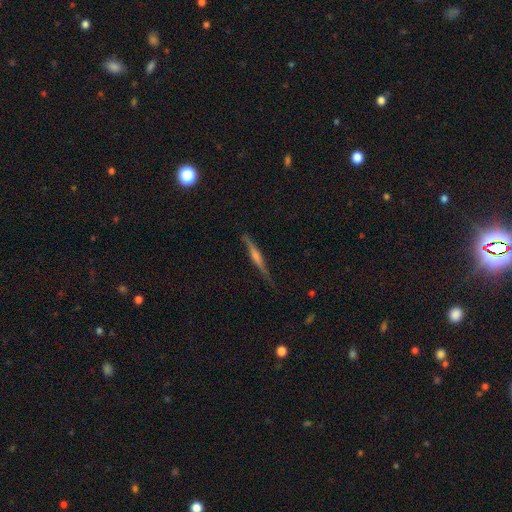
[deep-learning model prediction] Q: Smooth or featured?
A: featured or disk (76%); runner-up: smooth (17%)
Q: Edge-on disk?
A: yes (97%); runner-up: no (3%)
Q: Edge-on bulge?
A: rounded (72%); runner-up: none (15%)
Q: Merging?
A: none (87%); runner-up: minor disturbance (10%)